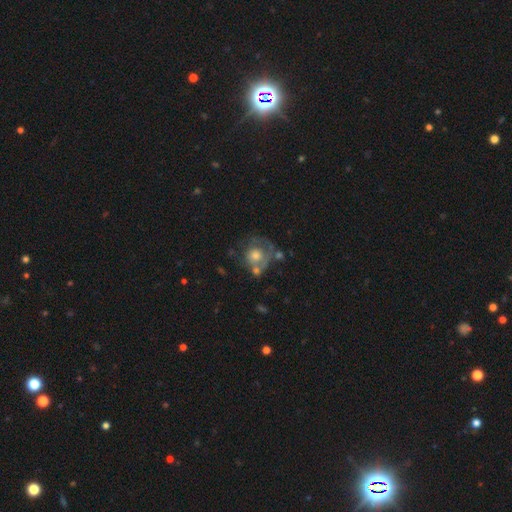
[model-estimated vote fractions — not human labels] smooth_or_featured: featured or disk (p=0.48) [alt: smooth p=0.42]
merging: none (p=0.42) [alt: major disturbance p=0.21]